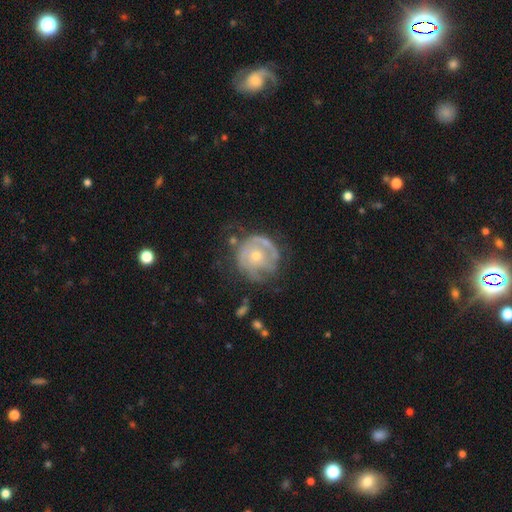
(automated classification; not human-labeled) This is likely a featured or disk galaxy (76%). It is clearly not viewed edge-on (97%). Bar: likely no (80%). Spiral arm pattern: likely yes (80%). Spiral arm count: marginally can't tell (38%). Spiral winding: likely tight (62%). Central bulge: possibly small (51%). Merging: possibly none (57%).